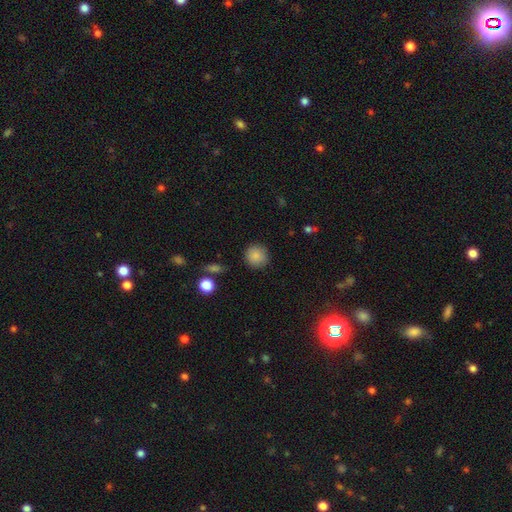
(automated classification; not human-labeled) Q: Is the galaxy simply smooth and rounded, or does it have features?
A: smooth — 87%.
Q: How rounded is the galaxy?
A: round — 92%.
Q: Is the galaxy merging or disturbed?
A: none — 87%.